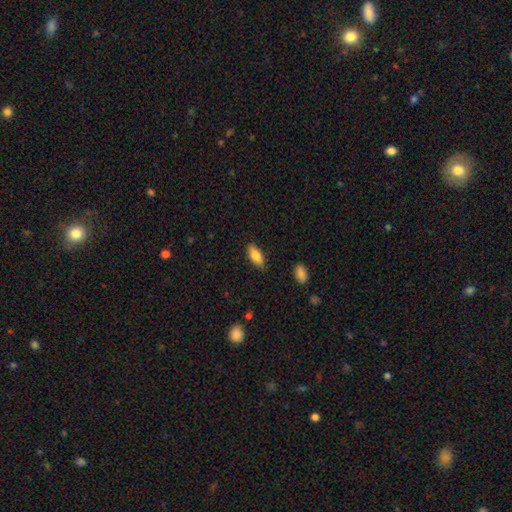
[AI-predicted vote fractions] This appears to be a smooth galaxy with no disk features (82%) that is in between round and cigar-shaped (77%). Merging: none (83%).